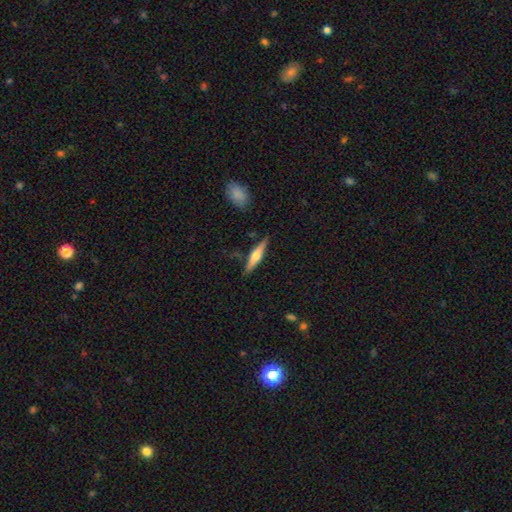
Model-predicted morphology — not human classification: The model was most divided on "smooth or featured": featured or disk: 54%, smooth: 40%, star or artifact: 6%. More confident: edge-on disk — yes (96%); edge-on bulge — rounded (89%); merging — none (85%).